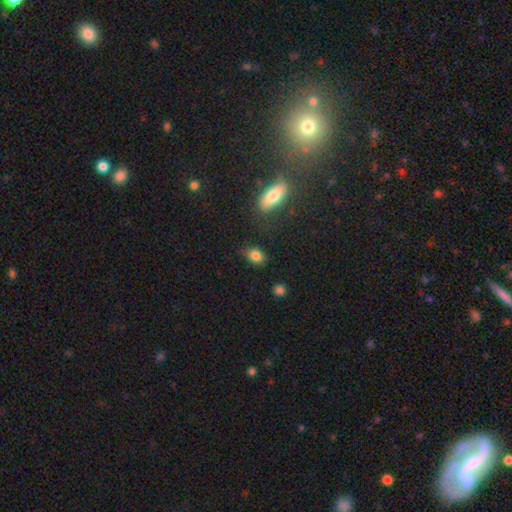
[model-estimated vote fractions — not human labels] Smooth or featured: smooth — 84% (star or artifact — 10%)
How rounded: in between — 72% (round — 25%)
Merging: none — 68% (minor disturbance — 22%)